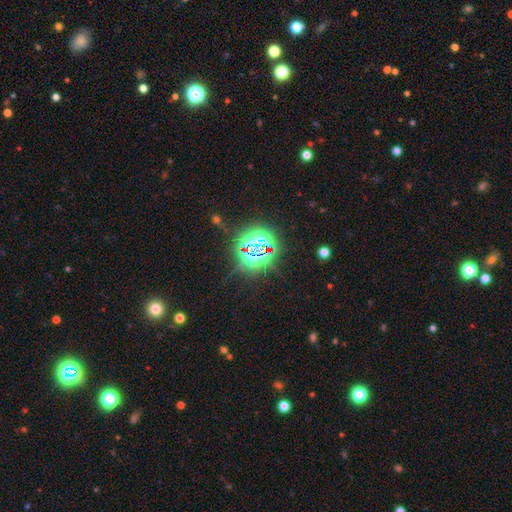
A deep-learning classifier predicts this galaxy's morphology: Overall: star or artifact (82%).